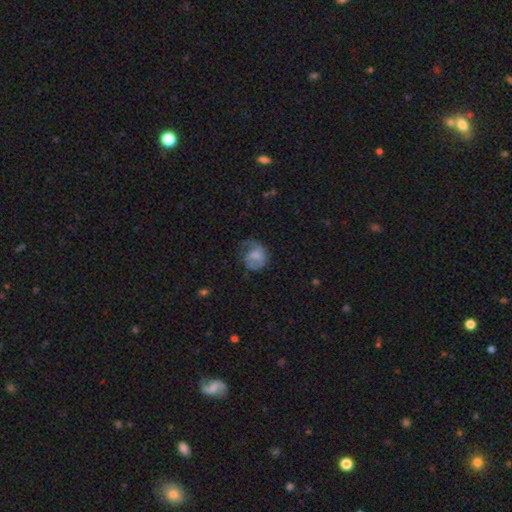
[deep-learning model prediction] Smooth or featured: smooth — 47% (featured or disk — 45%)
Merging: none — 38% (major disturbance — 34%)